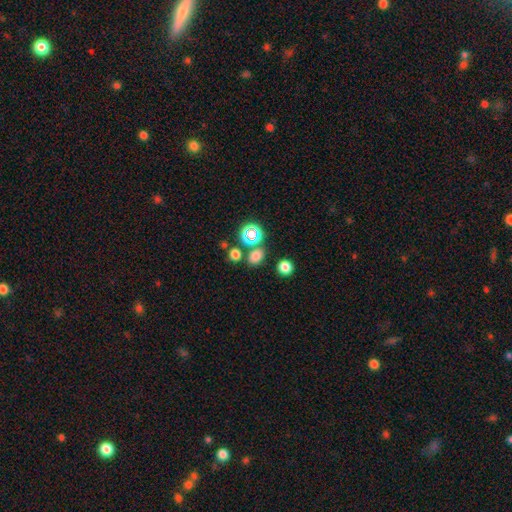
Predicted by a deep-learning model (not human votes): Smooth or featured? Predicted: smooth (p=0.69). How rounded? Predicted: round (p=0.55). Merging? Predicted: none (p=0.76).